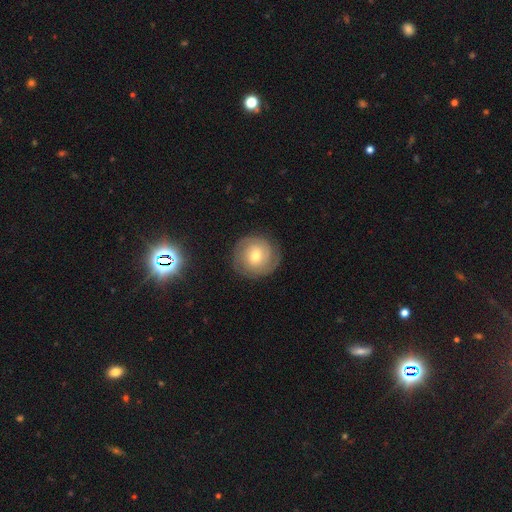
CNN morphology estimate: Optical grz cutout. It shows a featured or disk galaxy (66%) with no bar (65%), 2 (50%) tight (73%) spiral arms (88%) and a moderate central bulge (65%). Merging: none (84%).